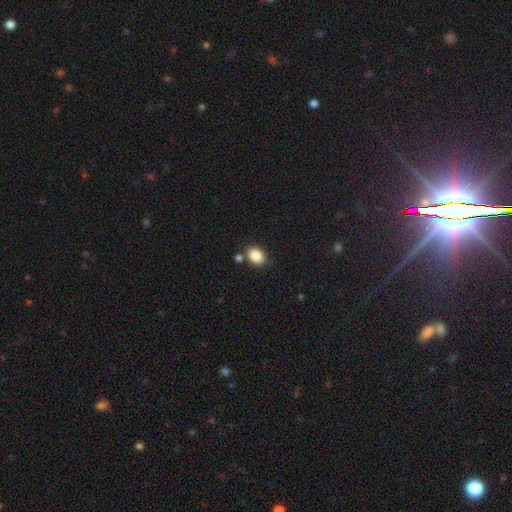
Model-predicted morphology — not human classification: smooth 86%, star or artifact 9%, featured or disk 5%. Down the decision tree: how rounded — in between (65%); merging — none (76%).